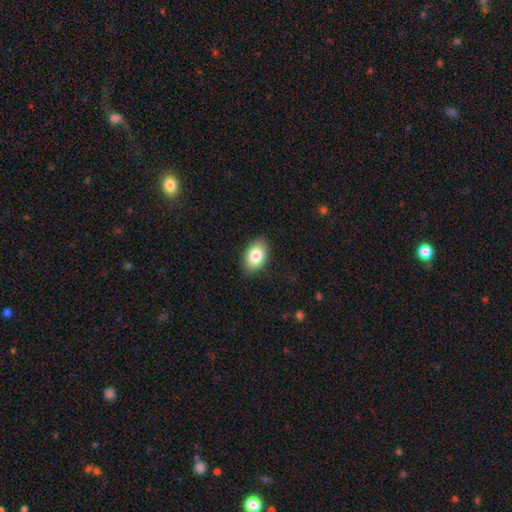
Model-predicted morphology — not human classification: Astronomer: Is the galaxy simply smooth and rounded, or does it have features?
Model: smooth — 83%.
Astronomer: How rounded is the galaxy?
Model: in between — 87%.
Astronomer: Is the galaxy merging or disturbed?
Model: none — 86%.